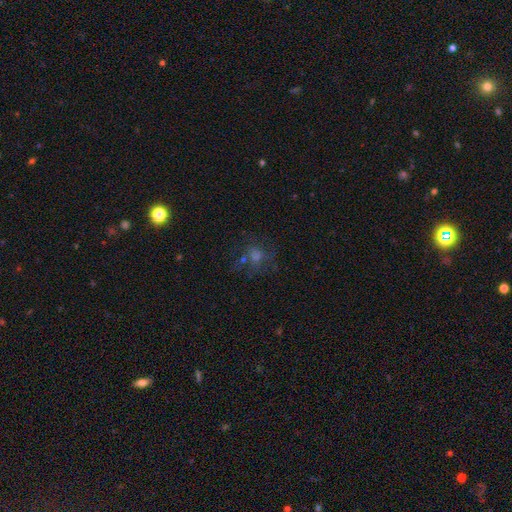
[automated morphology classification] A smooth galaxy with no disk features (39%). Merging: none (61%).